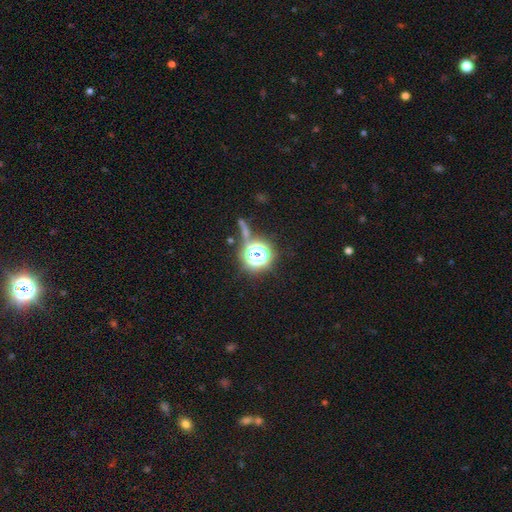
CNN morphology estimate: Smooth or featured: star or artifact — 73% (smooth — 21%)